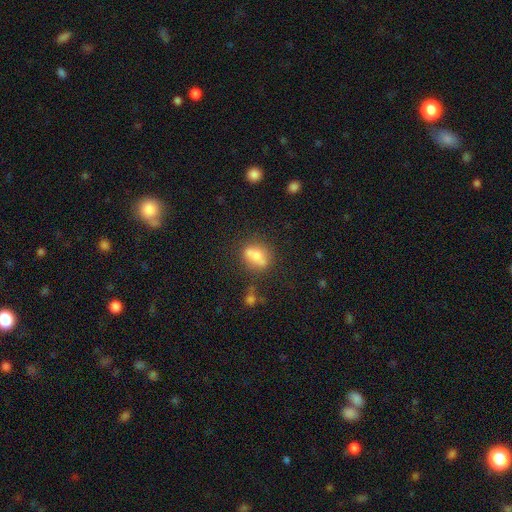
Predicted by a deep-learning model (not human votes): A smooth galaxy with no disk features (59%) that is in between round and cigar-shaped (53%). Merging: none (50%).